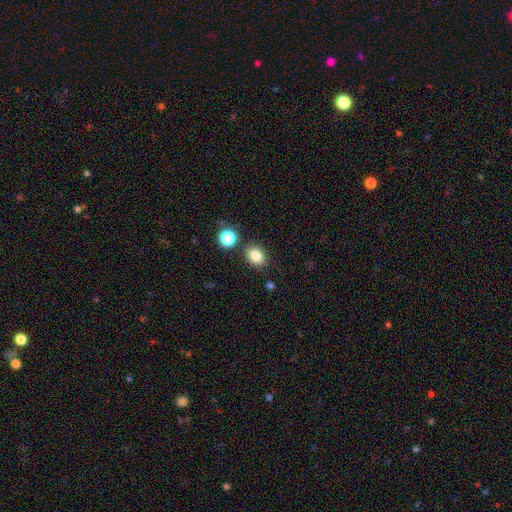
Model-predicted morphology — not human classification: Smooth or featured: smooth — 83% (star or artifact — 11%)
How rounded: round — 51% (in between — 48%)
Merging: none — 83% (minor disturbance — 9%)